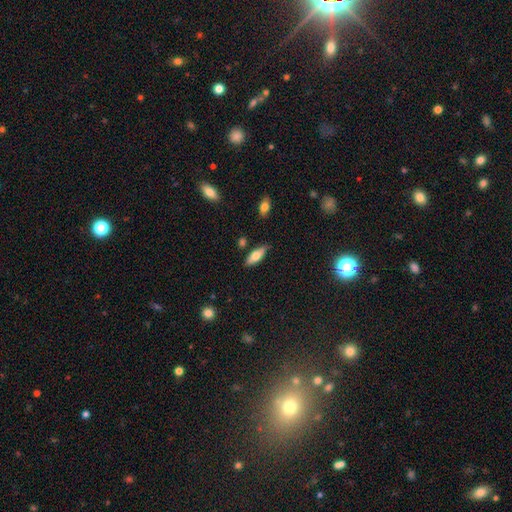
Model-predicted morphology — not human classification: Smooth or featured? Predicted: smooth (p=0.70). How rounded? Predicted: in between (p=0.66). Merging? Predicted: none (p=0.77).